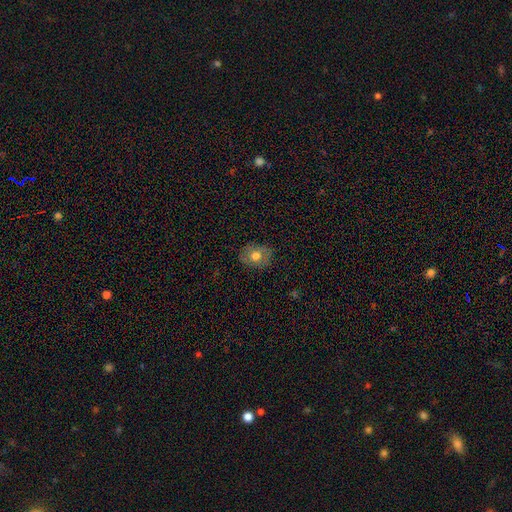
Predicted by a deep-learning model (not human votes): Q: Smooth or featured?
A: smooth (72%); runner-up: featured or disk (19%)
Q: How rounded?
A: round (50%); runner-up: in between (49%)
Q: Merging?
A: none (83%); runner-up: minor disturbance (13%)